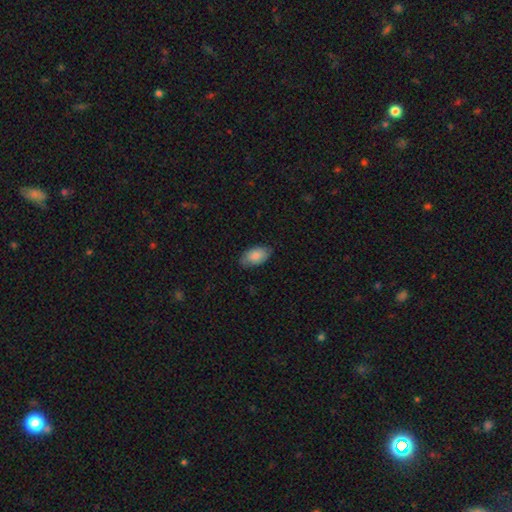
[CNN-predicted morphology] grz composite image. It shows a smooth galaxy with no disk features (86%) that is in between round and cigar-shaped (94%). Merging: none (80%).